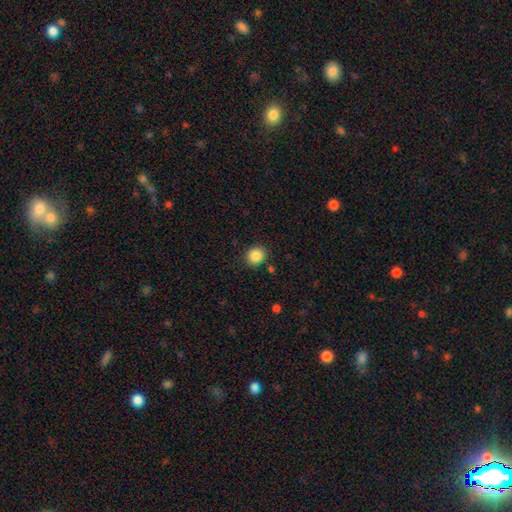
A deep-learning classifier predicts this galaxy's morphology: This appears to be a smooth galaxy with no disk features (87%) that is round (86%). Merging: none (87%).